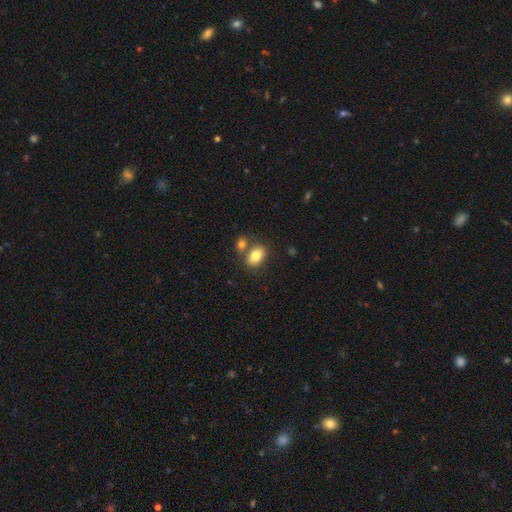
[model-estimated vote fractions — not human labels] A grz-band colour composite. It shows a smooth galaxy with no disk features (82%) that is in between round and cigar-shaped (84%). Merging: none (61%).